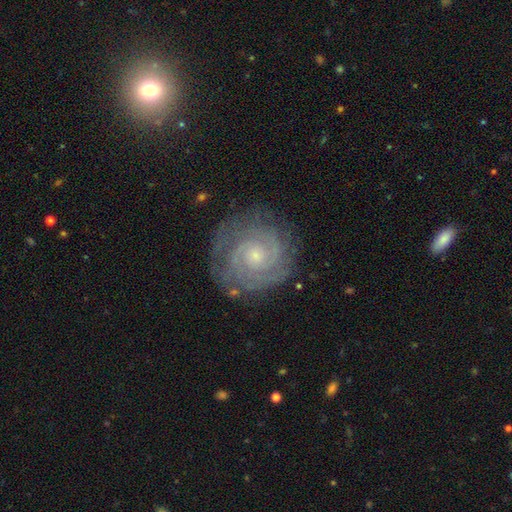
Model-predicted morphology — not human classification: A featured or disk galaxy (88%) with no bar (74%), 2 (54%) tight (80%) spiral arms (98%) and a small central bulge (72%).

Vote fractions:
- Smooth or featured? featured or disk: 88% / smooth: 7% / star or artifact: 6%
- Edge-on disk? no: 98% / yes: 2%
- Bar? no: 74% / weak: 21% / strong: 5%
- Spiral arms? yes: 98% / no: 2%
- Spiral winding? tight: 80% / medium: 18% / loose: 3%
- Spiral arm count? 2: 54% / 3: 17% / can't tell: 14% / 4: 6% / more than 4: 4% / 1: 4%
- Bulge size? small: 72% / moderate: 23% / none: 2% / large: 1% / dominant: 1%
- Merging? none: 81% / minor disturbance: 14% / major disturbance: 5% / merger: 1%